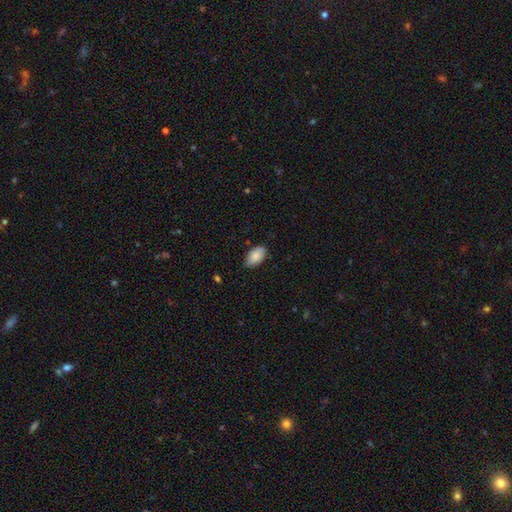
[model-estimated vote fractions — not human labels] Smooth or featured?
  - smooth: 85% *
  - featured or disk: 8%
  - star or artifact: 6%
How rounded?
  - in between: 94% *
  - round: 4%
  - cigar-shaped: 2%
Merging?
  - none: 75% *
  - minor disturbance: 21%
  - major disturbance: 3%
  - merger: 1%